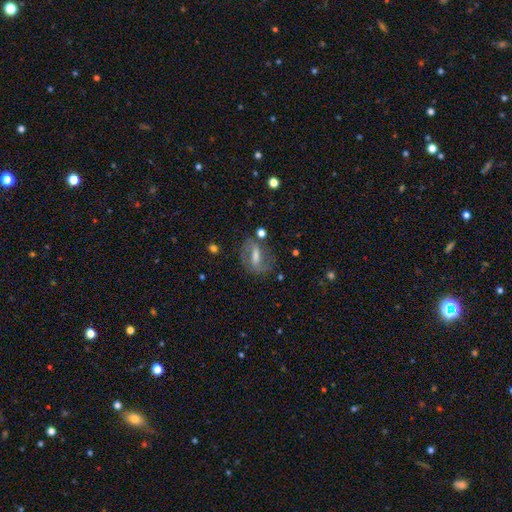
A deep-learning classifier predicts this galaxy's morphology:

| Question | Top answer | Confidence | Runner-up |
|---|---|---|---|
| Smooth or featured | featured or disk | 66% | smooth (23%) |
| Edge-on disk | no | 89% | yes (11%) |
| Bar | strong | 49% | weak (35%) |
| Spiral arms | yes | 78% | no (22%) |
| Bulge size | moderate | 42% | small (31%) |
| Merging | none | 67% | minor disturbance (18%) |